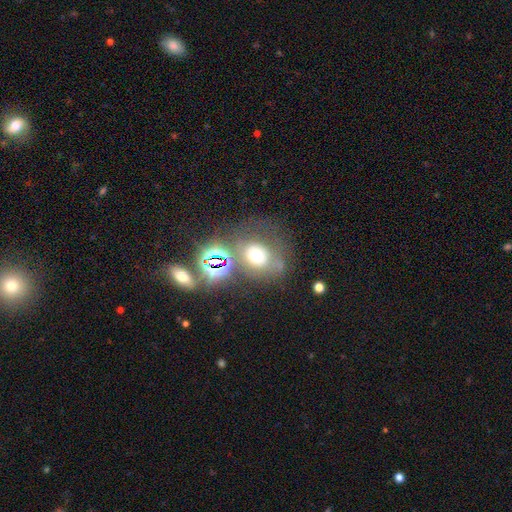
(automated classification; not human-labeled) Smooth or featured? Predicted: smooth (p=0.55). How rounded? Predicted: round (p=0.62). Merging? Predicted: none (p=0.49).